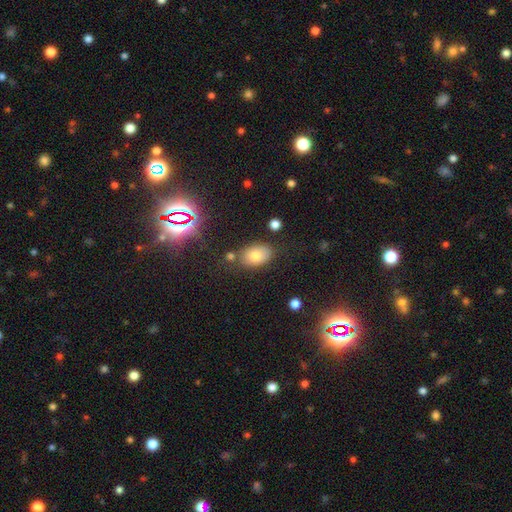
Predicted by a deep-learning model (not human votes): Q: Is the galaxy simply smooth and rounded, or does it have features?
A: smooth — 76%.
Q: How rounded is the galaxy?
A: in between — 85%.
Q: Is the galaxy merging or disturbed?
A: none — 74%.